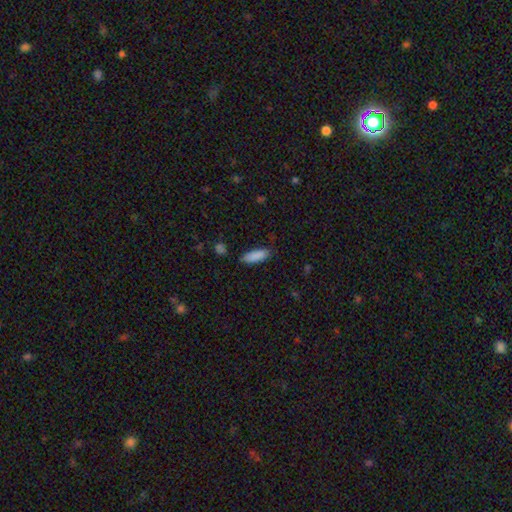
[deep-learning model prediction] Smooth or featured: smooth — 89% (star or artifact — 7%)
How rounded: in between — 63% (cigar-shaped — 36%)
Merging: none — 82% (minor disturbance — 14%)